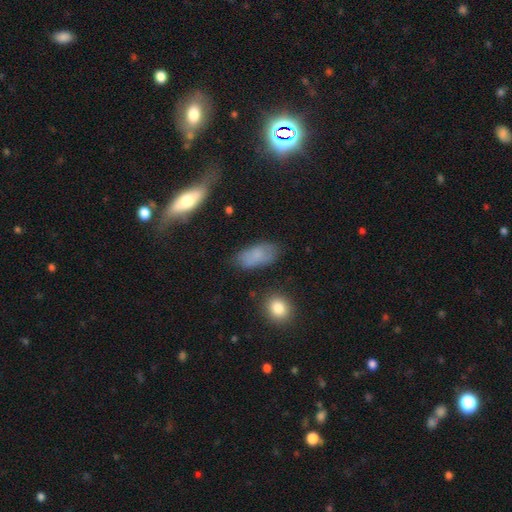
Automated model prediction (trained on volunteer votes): smooth-or-featured: smooth: 75% | featured or disk: 15% | star or artifact: 10%
  how-rounded: in between: 92% | cigar-shaped: 5% | round: 4%
  merging: none: 71% | minor disturbance: 19% | major disturbance: 6% | merger: 3%